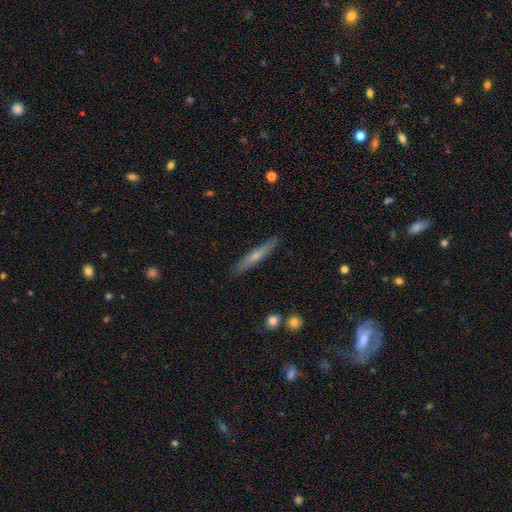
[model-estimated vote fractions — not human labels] Smooth or featured?
  - featured or disk: 48% *
  - smooth: 46%
  - star or artifact: 6%
Merging?
  - none: 88% *
  - minor disturbance: 9%
  - major disturbance: 2%
  - merger: 1%